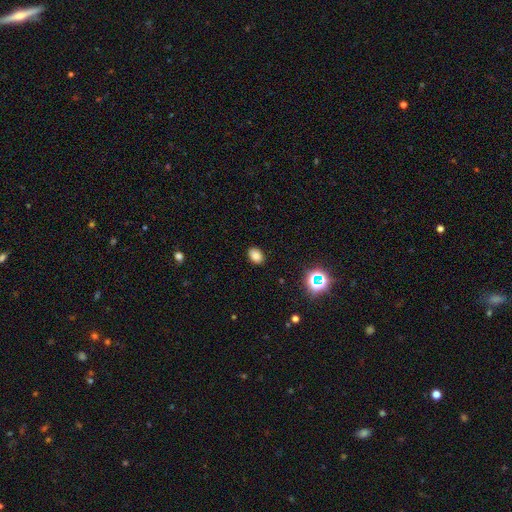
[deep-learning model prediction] A smooth galaxy with no disk features (82%) that is in between round and cigar-shaped (77%).

Vote fractions:
- Smooth or featured? smooth: 82% / star or artifact: 14% / featured or disk: 4%
- How rounded? in between: 77% / round: 22% / cigar-shaped: 1%
- Merging? none: 89% / minor disturbance: 8% / major disturbance: 2% / merger: 1%